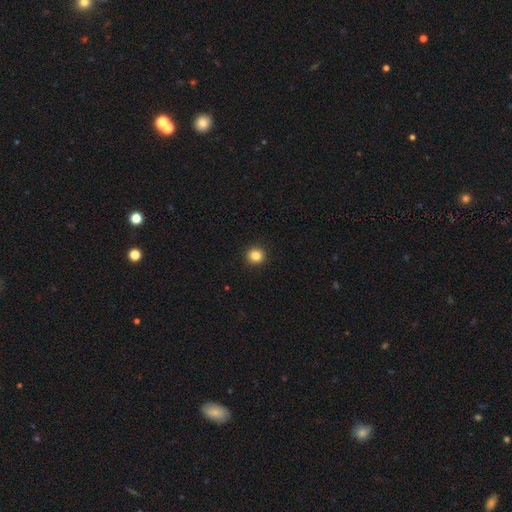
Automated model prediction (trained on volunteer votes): Smooth or featured? smooth (85%)
How rounded? round (93%)
Merging? none (93%)